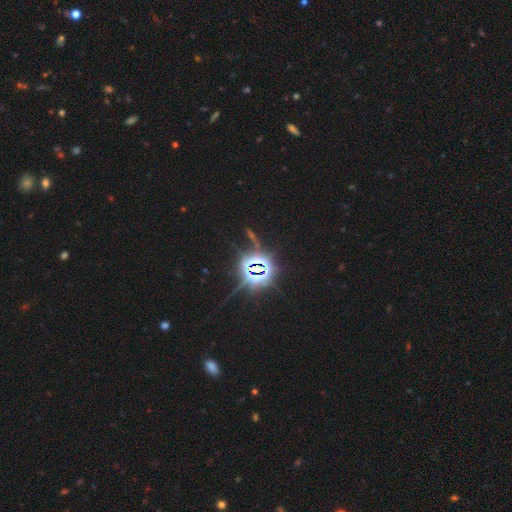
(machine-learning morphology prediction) This appears to be a star or artifact, not a galaxy (85%).